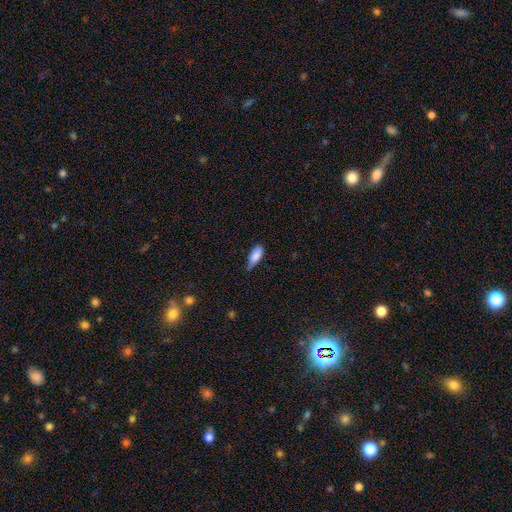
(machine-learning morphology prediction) This appears to be a smooth galaxy with no disk features (84%) that is in between round and cigar-shaped (79%). Merging: none (45%).